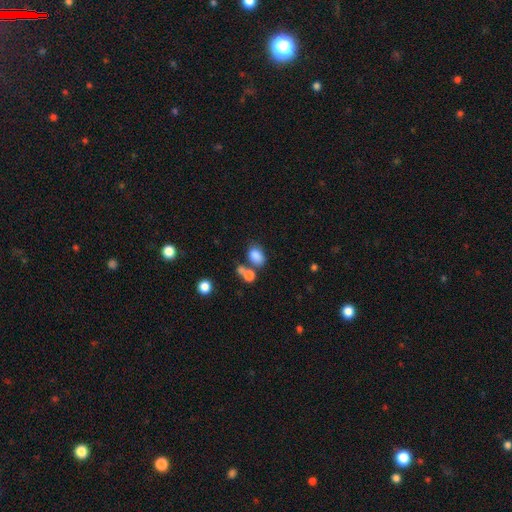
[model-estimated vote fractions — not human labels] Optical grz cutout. It shows a smooth galaxy with no disk features (83%) that is in between round and cigar-shaped (79%). Merging: none (51%).